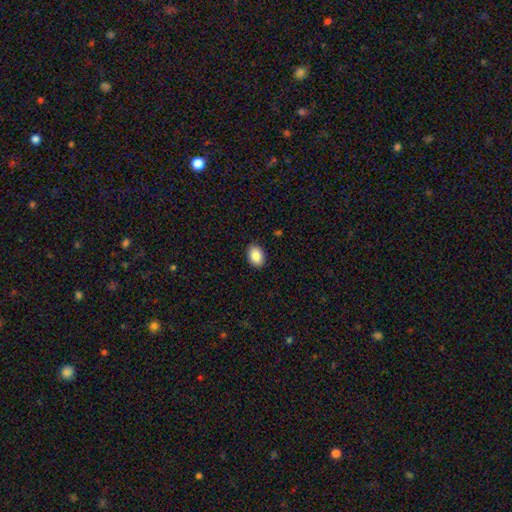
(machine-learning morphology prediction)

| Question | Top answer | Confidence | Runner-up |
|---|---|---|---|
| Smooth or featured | smooth | 88% | star or artifact (7%) |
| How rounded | in between | 80% | round (19%) |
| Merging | none | 90% | minor disturbance (7%) |